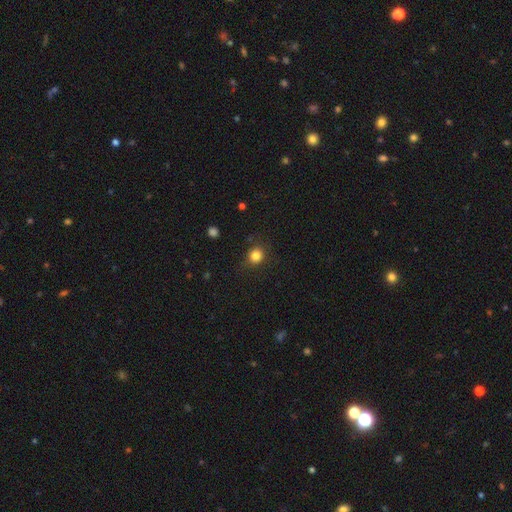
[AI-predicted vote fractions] Smooth or featured? smooth (83%)
How rounded? round (83%)
Merging? none (83%)